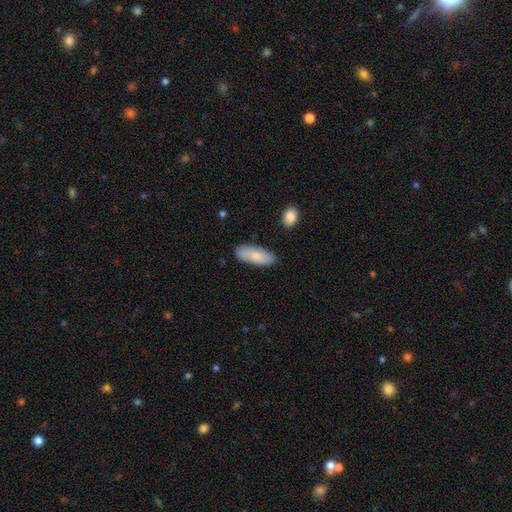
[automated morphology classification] smooth 80%, featured or disk 14%, star or artifact 6%. Down the decision tree: how rounded — in between (76%); merging — none (82%).